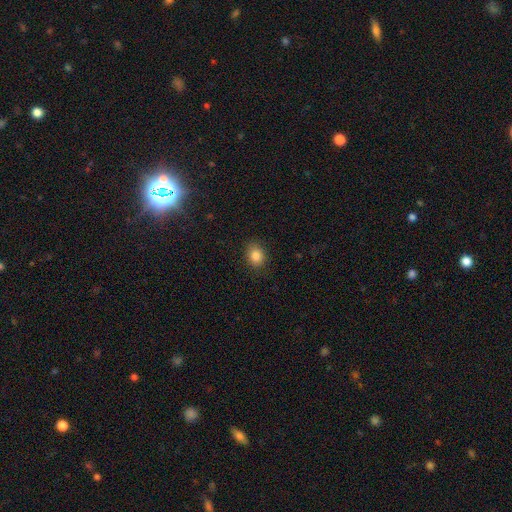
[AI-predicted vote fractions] smooth 85%, star or artifact 10%, featured or disk 5%. Down the decision tree: how rounded — in between (50%); merging — none (85%).